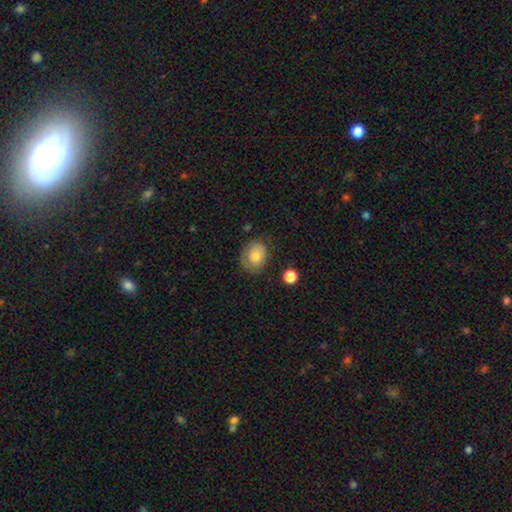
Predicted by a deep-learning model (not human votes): This appears to be a smooth galaxy with no disk features (68%) that is in between round and cigar-shaped (54%). Merging: none (69%).